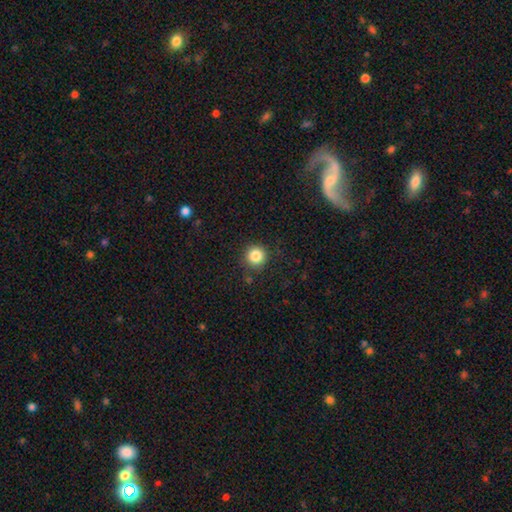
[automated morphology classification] A smooth galaxy with no disk features (84%) that is round (95%). Merging: none (89%).